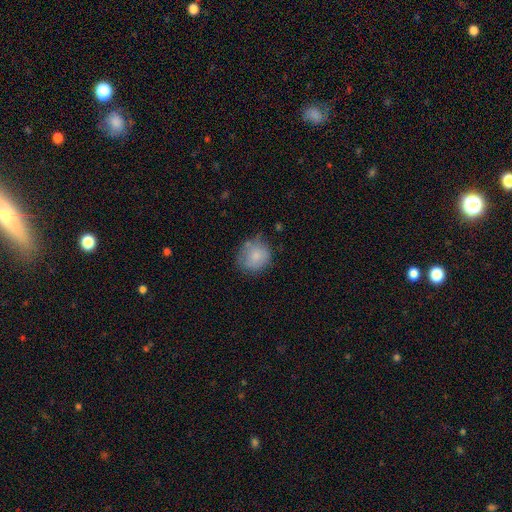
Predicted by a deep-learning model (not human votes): Smooth or featured? Predicted: smooth (p=0.79). How rounded? Predicted: round (p=0.81). Merging? Predicted: none (p=0.61).